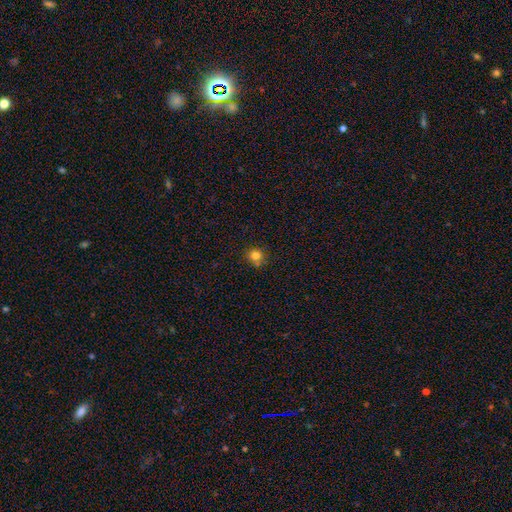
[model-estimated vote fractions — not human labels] A smooth galaxy with no disk features (81%) that is round (88%). Merging: none (80%).